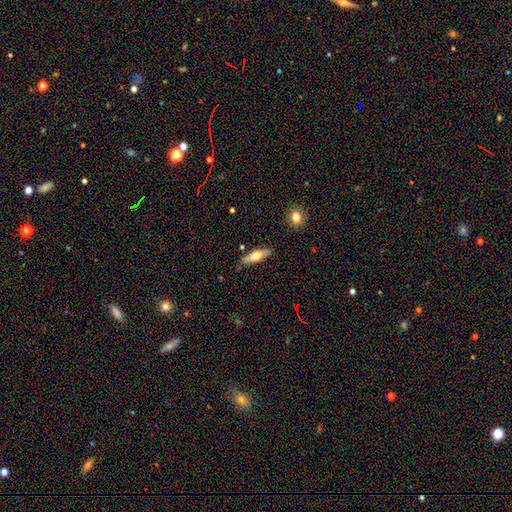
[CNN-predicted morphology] Smooth or featured?
  - smooth: 51% *
  - featured or disk: 42%
  - star or artifact: 6%
How rounded?
  - cigar-shaped: 55% *
  - in between: 43%
  - round: 3%
Merging?
  - none: 84% *
  - minor disturbance: 12%
  - major disturbance: 3%
  - merger: 2%